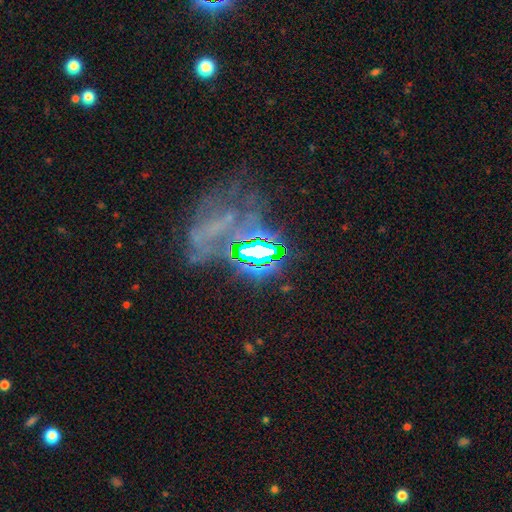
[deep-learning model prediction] Smooth or featured? Predicted: star or artifact (p=0.57).